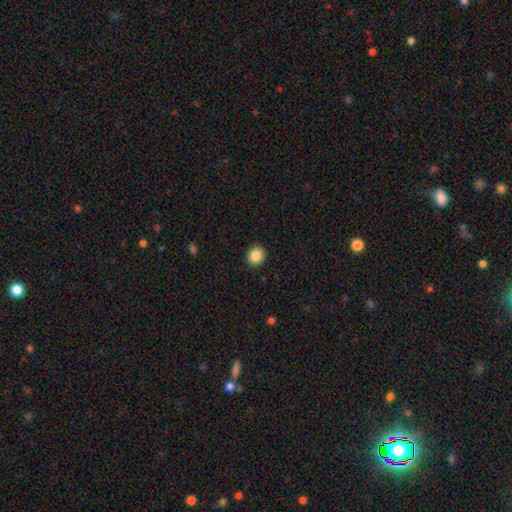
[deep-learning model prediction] smooth 86%, star or artifact 9%, featured or disk 5%. Down the decision tree: how rounded — round (76%); merging — none (91%).